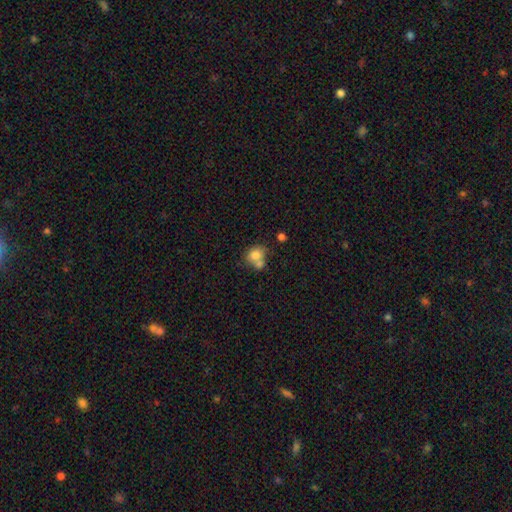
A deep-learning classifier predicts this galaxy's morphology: A smooth galaxy with no disk features (77%) that is round (61%). Merging: merger (48%).